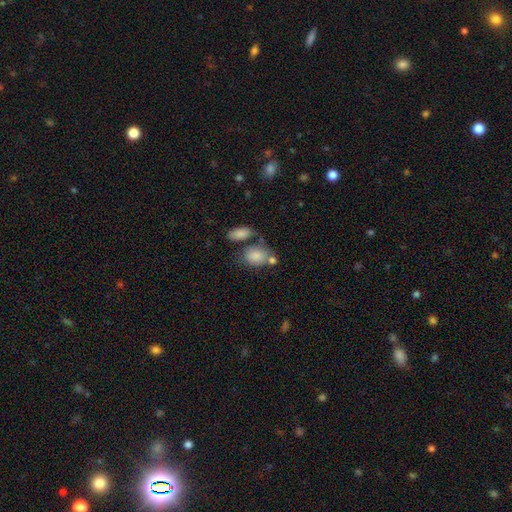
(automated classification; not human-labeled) A smooth galaxy with no disk features (80%) that is in between round and cigar-shaped (70%).

Vote fractions:
- Smooth or featured? smooth: 80% / star or artifact: 10% / featured or disk: 10%
- How rounded? in between: 70% / round: 28% / cigar-shaped: 2%
- Merging? none: 48% / merger: 25% / minor disturbance: 18% / major disturbance: 9%